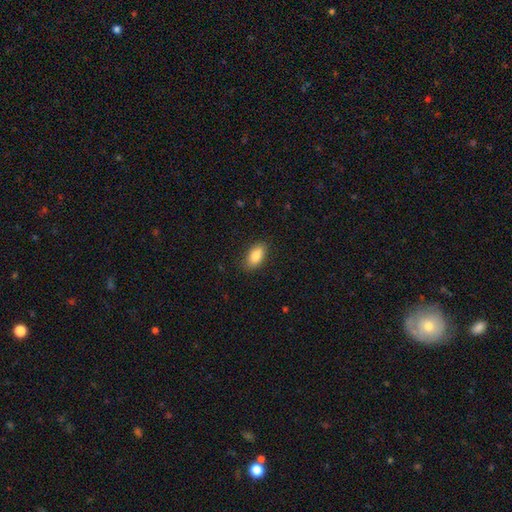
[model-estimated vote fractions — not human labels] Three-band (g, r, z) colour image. It shows a smooth galaxy with no disk features (85%) that is in between round and cigar-shaped (91%). Merging: none (85%).